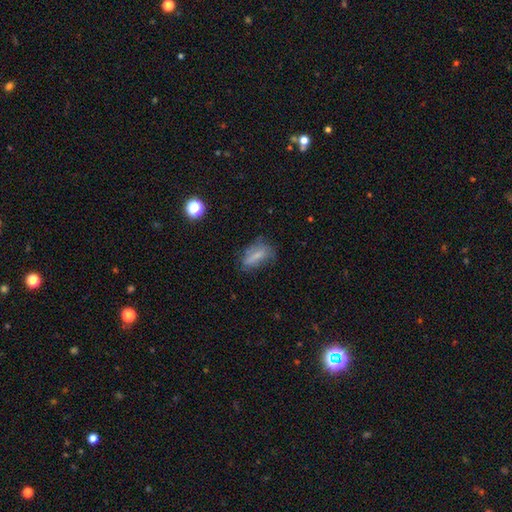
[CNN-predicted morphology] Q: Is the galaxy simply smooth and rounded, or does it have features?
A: smooth — 62%.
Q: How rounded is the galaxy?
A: in between — 73%.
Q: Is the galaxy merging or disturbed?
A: none — 56%.